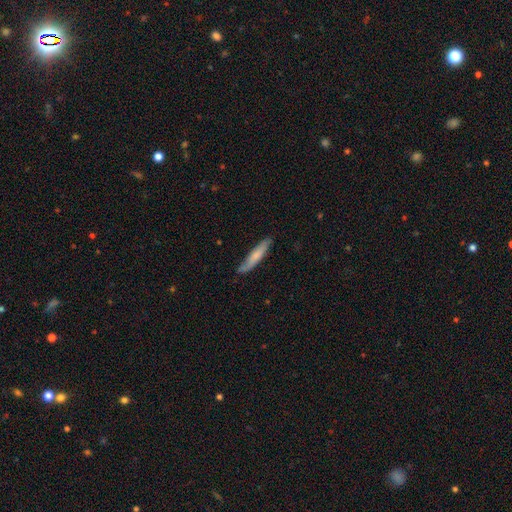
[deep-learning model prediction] A smooth galaxy with no disk features (65%) that is cigar-shaped (88%). Merging: none (80%).